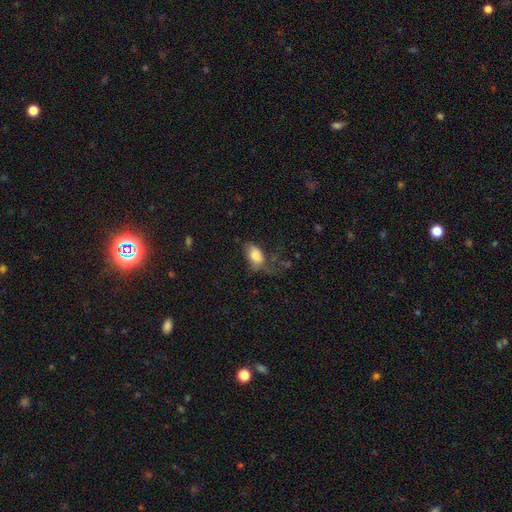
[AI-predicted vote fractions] A smooth galaxy with no disk features (79%) that is in between round and cigar-shaped (91%). Merging: major disturbance (36%).